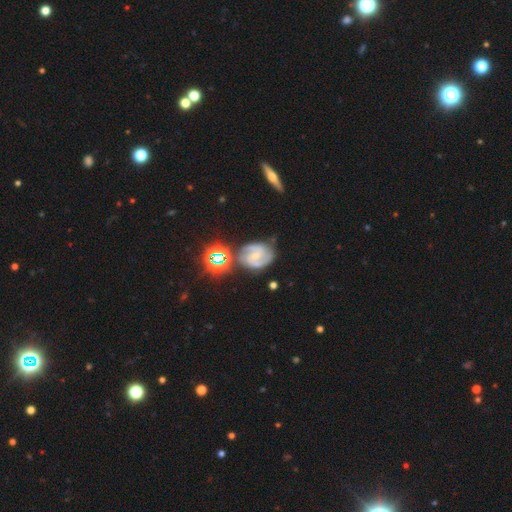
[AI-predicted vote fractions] This appears to be a featured or disk galaxy (85%) with a weak bar (47%), 2 (85%) medium (54%) spiral arms (98%) and a small central bulge (68%). Merging: none (69%).